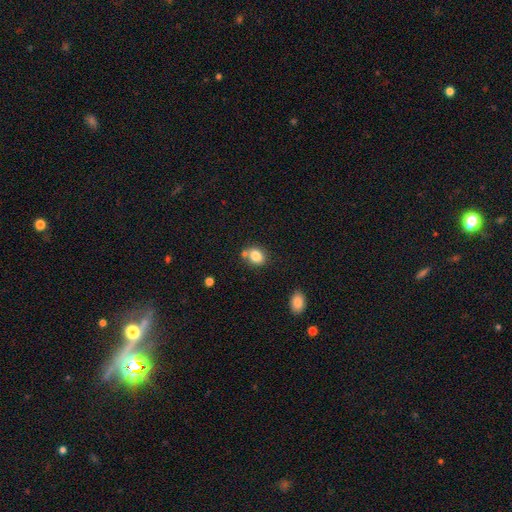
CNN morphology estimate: Q: Smooth or featured?
A: smooth (82%); runner-up: star or artifact (10%)
Q: How rounded?
A: round (56%); runner-up: in between (43%)
Q: Merging?
A: none (64%); runner-up: merger (19%)